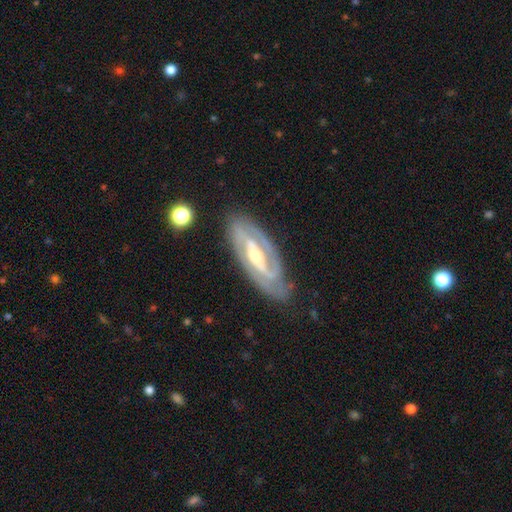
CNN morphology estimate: featured or disk 88%, smooth 7%, star or artifact 5%. Down the decision tree: edge-on disk — no (90%); bar — strong (45%); spiral arms — yes (94%); spiral arm count — 2 (78%); spiral winding — tight (53%); bulge size — moderate (63%); merging — none (79%).